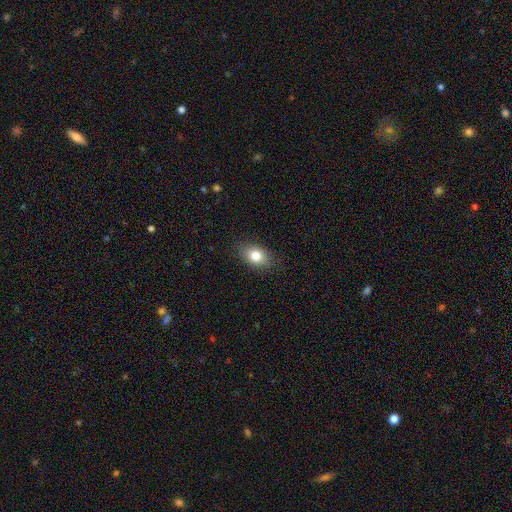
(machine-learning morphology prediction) Smooth or featured? Predicted: smooth (p=0.80). How rounded? Predicted: in between (p=0.80). Merging? Predicted: none (p=0.85).